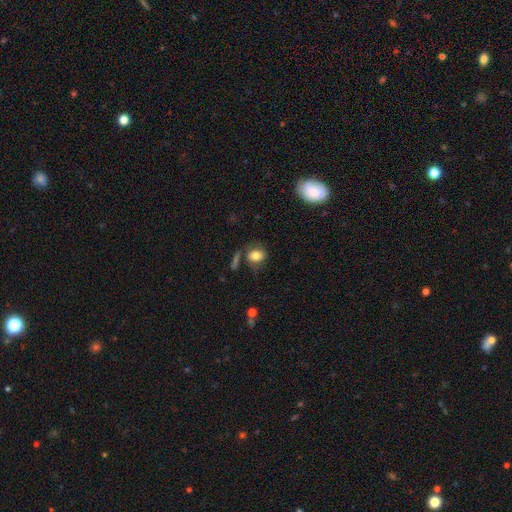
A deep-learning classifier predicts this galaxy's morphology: Smooth or featured? smooth (74%)
How rounded? round (50%)
Merging? none (56%)